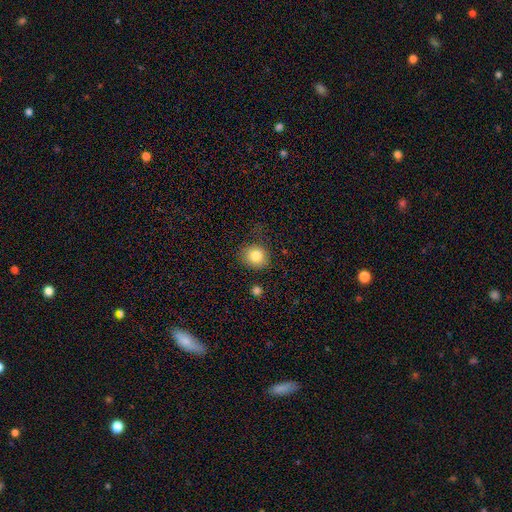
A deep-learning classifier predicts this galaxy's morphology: Overall: smooth (82%). How rounded: round (77%). Merging: none (76%).